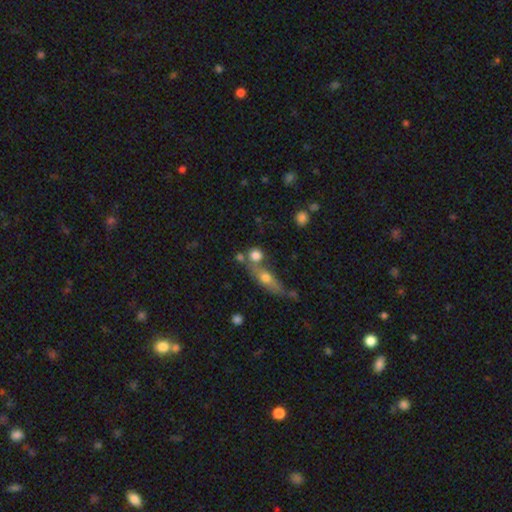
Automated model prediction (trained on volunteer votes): Smooth or featured? smooth (76%)
How rounded? round (74%)
Merging? none (50%)